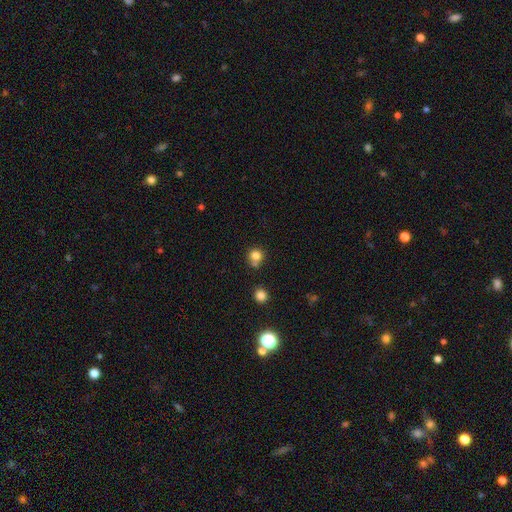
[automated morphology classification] A smooth galaxy with no disk features (79%) that is round (86%). Merging: none (59%).